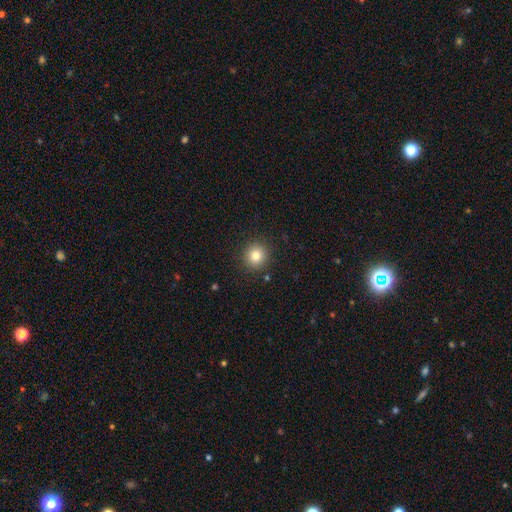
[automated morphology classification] This is clearly a smooth galaxy (81%). How rounded: clearly round (91%). Merging: clearly none (90%).